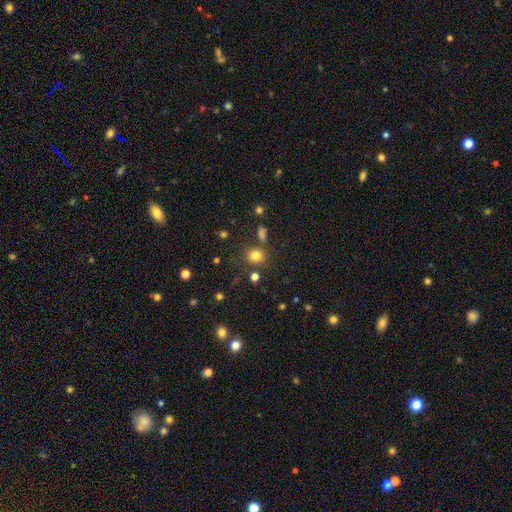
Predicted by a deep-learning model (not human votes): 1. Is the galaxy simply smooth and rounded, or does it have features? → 79% smooth, 15% star or artifact, 7% featured or disk.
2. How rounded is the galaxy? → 79% round, 20% in between, 1% cigar-shaped.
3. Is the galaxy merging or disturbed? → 75% none, 11% minor disturbance, 9% merger, 5% major disturbance.